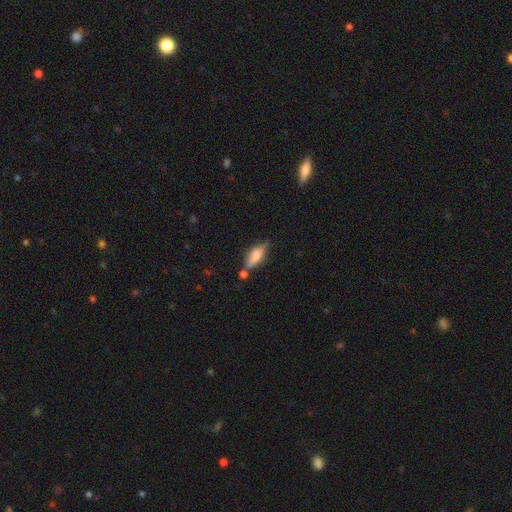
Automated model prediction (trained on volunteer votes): smooth_or_featured: smooth (p=0.67) [alt: featured or disk p=0.26]
how_rounded: in between (p=0.66) [alt: cigar-shaped p=0.31]
merging: none (p=0.53) [alt: minor disturbance p=0.25]